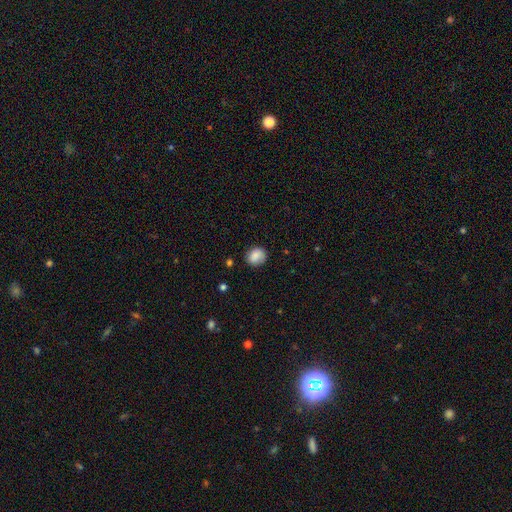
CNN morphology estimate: smooth_or_featured: smooth (p=0.84) [alt: star or artifact p=0.08]
how_rounded: round (p=0.68) [alt: in between p=0.31]
merging: none (p=0.79) [alt: minor disturbance p=0.15]